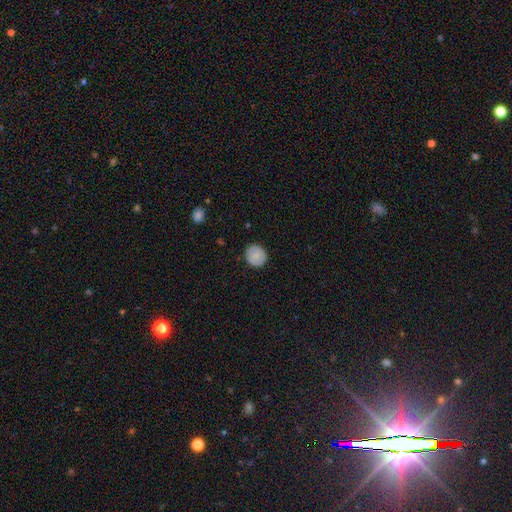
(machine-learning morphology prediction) Smooth or featured?
  - smooth: 80% *
  - featured or disk: 13%
  - star or artifact: 7%
How rounded?
  - round: 83% *
  - in between: 16%
  - cigar-shaped: 1%
Merging?
  - none: 88% *
  - minor disturbance: 9%
  - major disturbance: 2%
  - merger: 1%